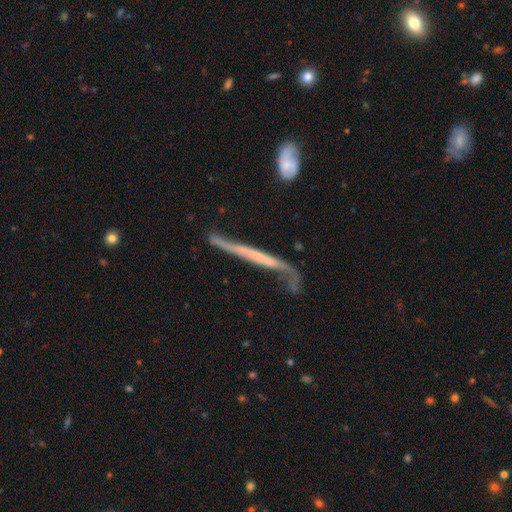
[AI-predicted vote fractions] smooth-or-featured: featured or disk: 69% | smooth: 23% | star or artifact: 8%
  disk-edge-on: yes: 69% | no: 31%
  merging: none: 41% | major disturbance: 28% | minor disturbance: 24% | merger: 7%